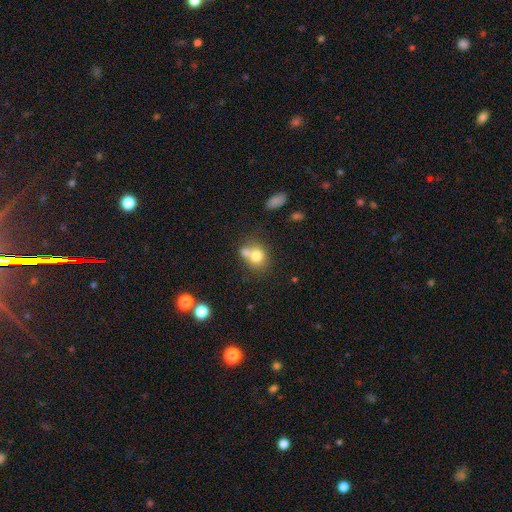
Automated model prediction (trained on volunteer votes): Smooth or featured?
  - smooth: 74% *
  - featured or disk: 16%
  - star or artifact: 11%
How rounded?
  - round: 61% *
  - in between: 37%
  - cigar-shaped: 1%
Merging?
  - merger: 48% *
  - none: 35%
  - minor disturbance: 11%
  - major disturbance: 5%